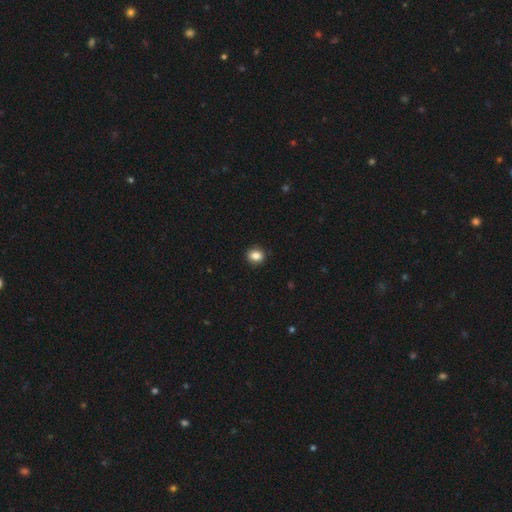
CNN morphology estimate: Smooth or featured? smooth (87%)
How rounded? round (62%)
Merging? none (90%)